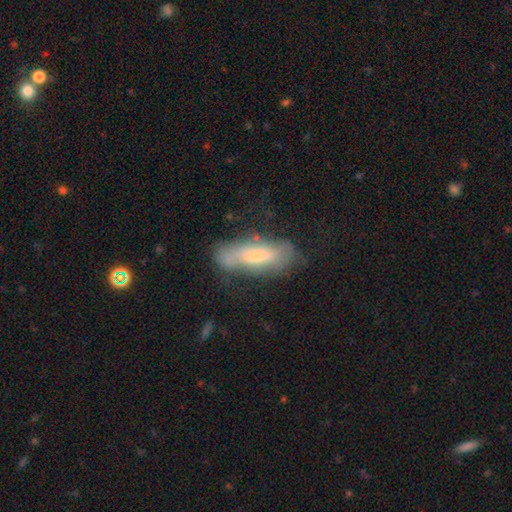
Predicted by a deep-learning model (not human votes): Overall: smooth (54%; featured or disk 38%). How rounded: cigar-shaped (49%, tied with in between). Merging: none (57%; minor disturbance 27%).